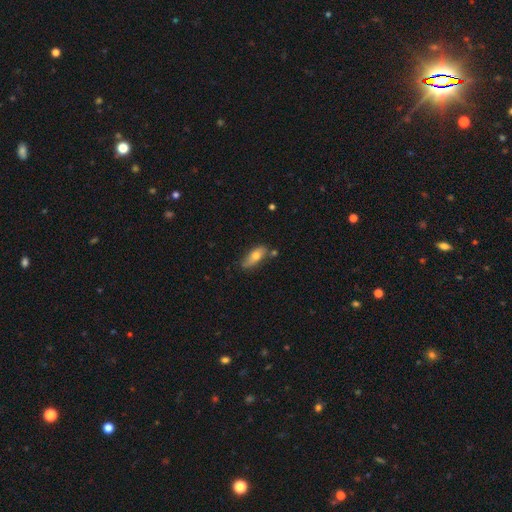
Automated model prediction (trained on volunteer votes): Q: Smooth or featured?
A: smooth (69%); runner-up: featured or disk (24%)
Q: How rounded?
A: in between (71%); runner-up: cigar-shaped (25%)
Q: Merging?
A: none (67%); runner-up: minor disturbance (22%)